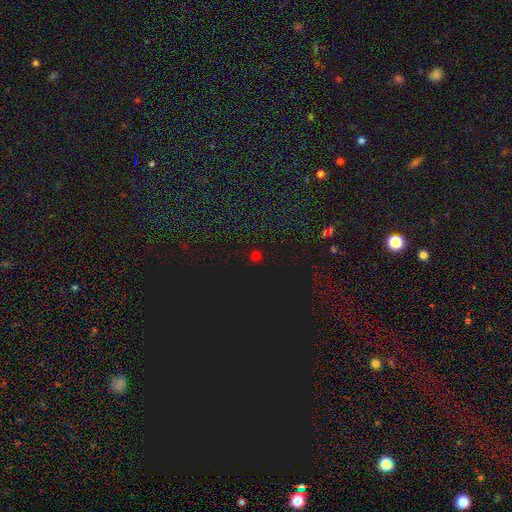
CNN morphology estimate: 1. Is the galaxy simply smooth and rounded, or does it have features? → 51% smooth, 44% star or artifact, 5% featured or disk.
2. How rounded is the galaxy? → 92% round, 7% in between, 1% cigar-shaped.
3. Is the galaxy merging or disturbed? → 89% none, 6% minor disturbance, 2% major disturbance, 2% merger.